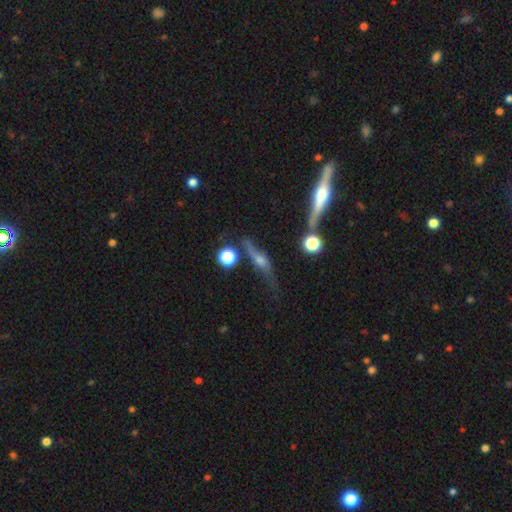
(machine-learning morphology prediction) Smooth or featured? Predicted: featured or disk (p=0.74). Edge-on disk? Predicted: yes (p=0.79). Edge-on bulge? Predicted: rounded (p=0.92). Merging? Predicted: none (p=0.60).